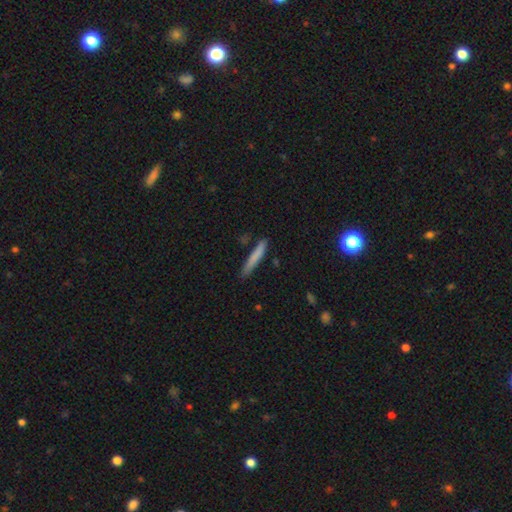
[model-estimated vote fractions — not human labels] A smooth galaxy with no disk features (77%) that is cigar-shaped (95%). Merging: none (83%).